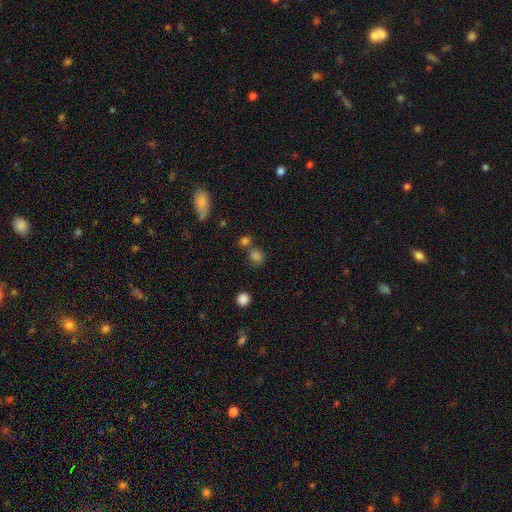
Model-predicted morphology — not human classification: type=smooth (74%); roundness=round (77%); merging=none (59%).